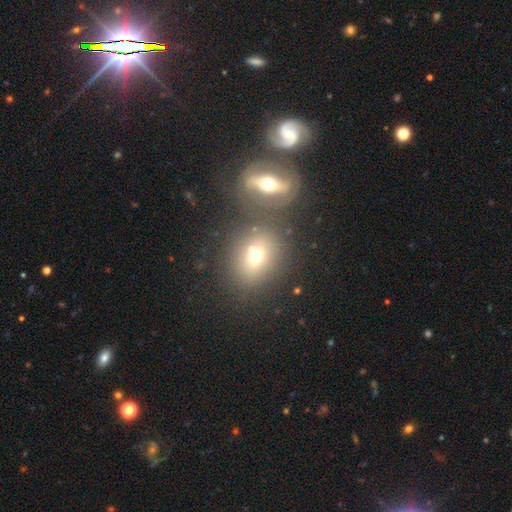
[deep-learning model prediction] A smooth galaxy with no disk features (64%) that is round (58%).

Vote fractions:
- Smooth or featured? smooth: 64% / featured or disk: 23% / star or artifact: 13%
- How rounded? round: 58% / in between: 40% / cigar-shaped: 2%
- Merging? none: 55% / merger: 30% / minor disturbance: 10% / major disturbance: 5%